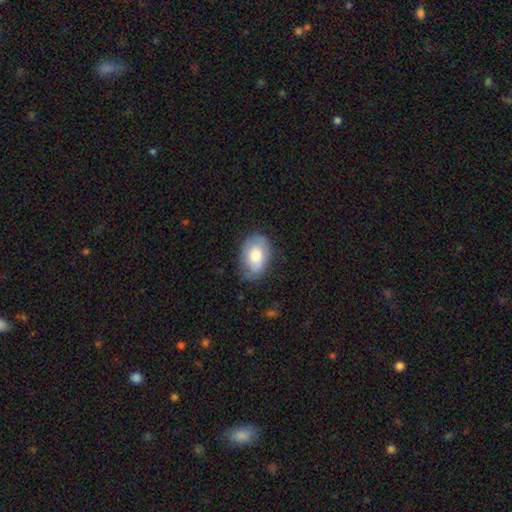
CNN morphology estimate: Smooth or featured?
  - smooth: 71% *
  - featured or disk: 23%
  - star or artifact: 6%
How rounded?
  - in between: 89% *
  - round: 10%
  - cigar-shaped: 1%
Merging?
  - none: 71% *
  - minor disturbance: 22%
  - major disturbance: 6%
  - merger: 1%